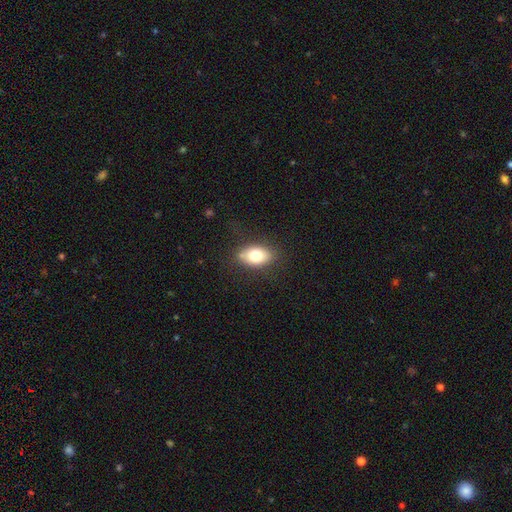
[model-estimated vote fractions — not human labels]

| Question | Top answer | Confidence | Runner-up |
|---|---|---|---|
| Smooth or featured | smooth | 76% | featured or disk (15%) |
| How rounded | in between | 86% | round (12%) |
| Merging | none | 79% | minor disturbance (14%) |